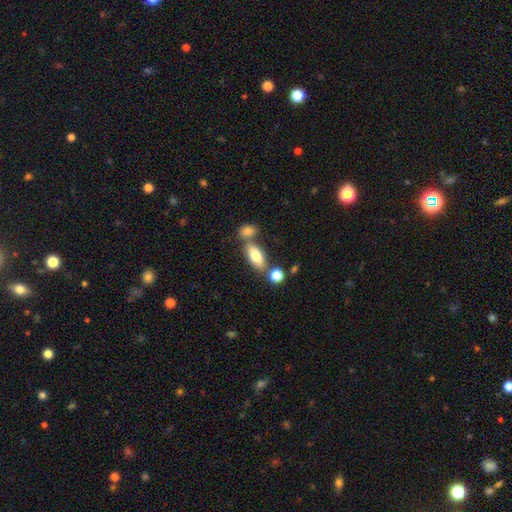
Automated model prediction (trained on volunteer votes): A smooth galaxy with no disk features (76%) that is in between round and cigar-shaped (81%). Merging: none (59%).